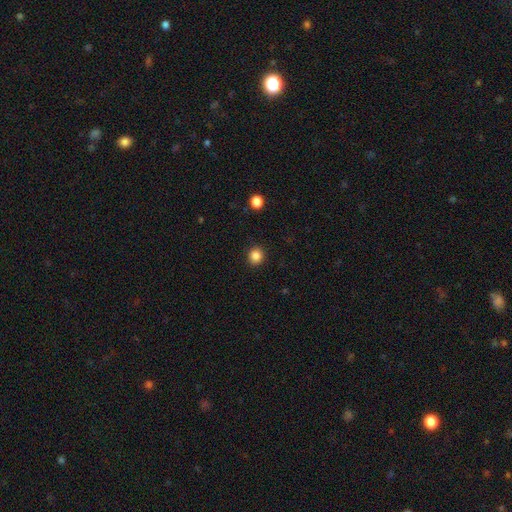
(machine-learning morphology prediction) Overall: smooth (85%). How rounded: round (88%). Merging: none (92%).